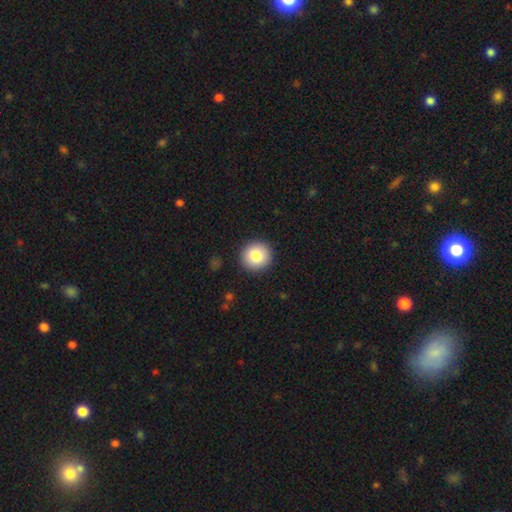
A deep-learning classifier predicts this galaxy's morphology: Q: Smooth or featured?
A: smooth (84%); runner-up: star or artifact (8%)
Q: How rounded?
A: round (94%); runner-up: in between (5%)
Q: Merging?
A: none (92%); runner-up: minor disturbance (6%)